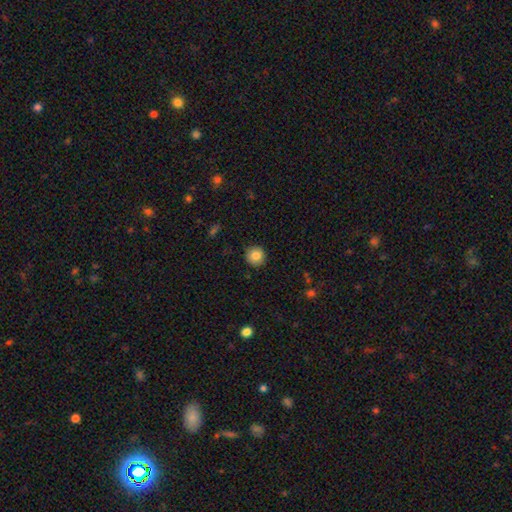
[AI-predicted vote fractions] smooth 84%, star or artifact 9%, featured or disk 7%. Down the decision tree: how rounded — round (94%); merging — none (91%).